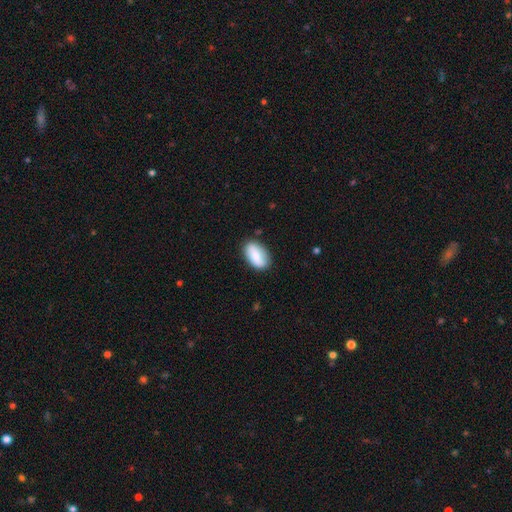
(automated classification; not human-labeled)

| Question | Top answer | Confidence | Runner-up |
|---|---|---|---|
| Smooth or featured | smooth | 82% | featured or disk (12%) |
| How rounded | in between | 93% | round (4%) |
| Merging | none | 82% | minor disturbance (14%) |